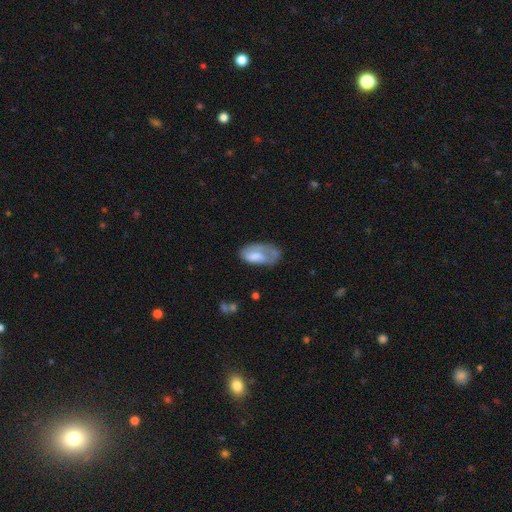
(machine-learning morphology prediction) This is likely a smooth galaxy (61%). How rounded: clearly in between (91%). Merging: marginally none (35%).